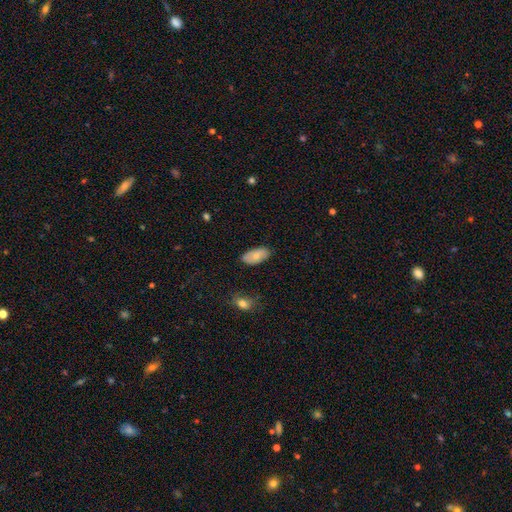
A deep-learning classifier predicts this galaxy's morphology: A smooth galaxy with no disk features (74%) that is in between round and cigar-shaped (94%). Merging: none (81%).